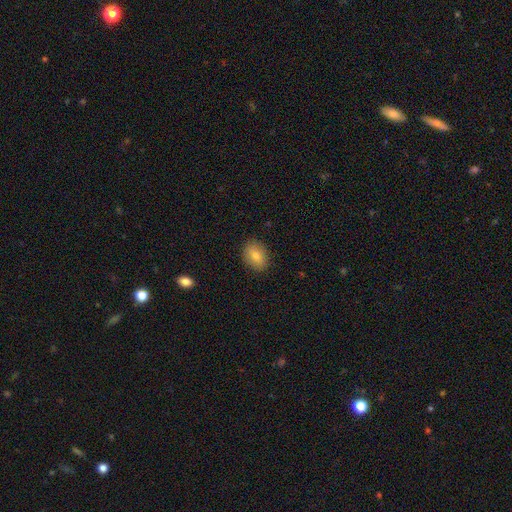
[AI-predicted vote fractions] The model was most divided on "how rounded": in between: 76%, round: 23%, cigar-shaped: 1%. More confident: merging — none (88%); smooth or featured — smooth (82%).